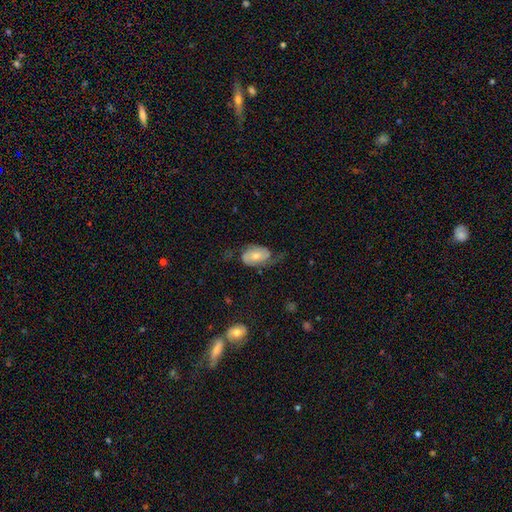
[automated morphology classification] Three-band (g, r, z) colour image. It shows a featured or disk galaxy (54%) with no bar (73%), spiral arms (81%) and a moderate central bulge (53%). Merging: none (41%).